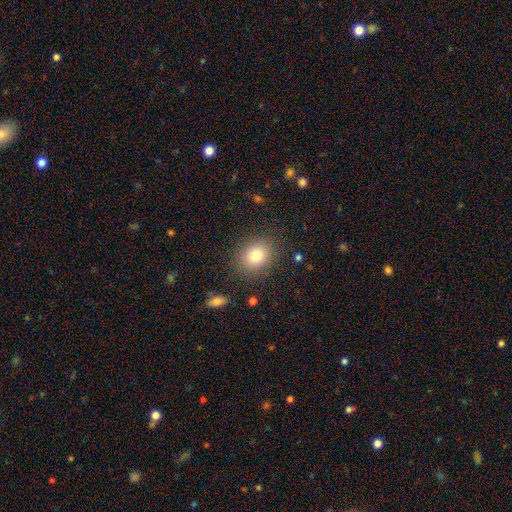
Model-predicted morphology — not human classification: This appears to be a smooth galaxy with no disk features (79%) that is round (61%). Merging: none (85%).